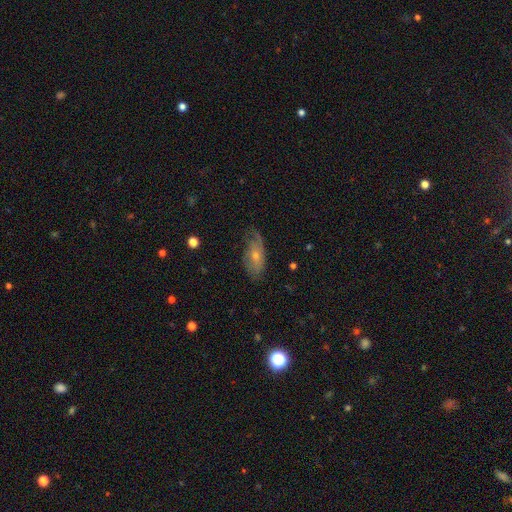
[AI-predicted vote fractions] smooth_or_featured: featured or disk (p=0.57) [alt: smooth p=0.32]
disk_edge_on: no (p=0.85) [alt: yes p=0.15]
merging: none (p=0.62) [alt: minor disturbance p=0.25]